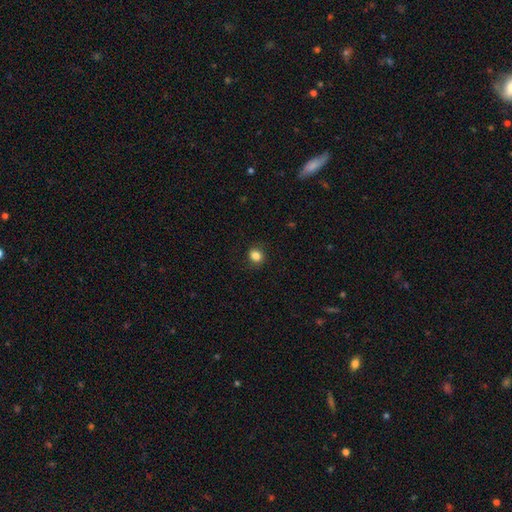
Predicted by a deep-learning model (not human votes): Q: Smooth or featured?
A: smooth (85%); runner-up: star or artifact (11%)
Q: How rounded?
A: round (66%); runner-up: in between (33%)
Q: Merging?
A: none (86%); runner-up: minor disturbance (10%)